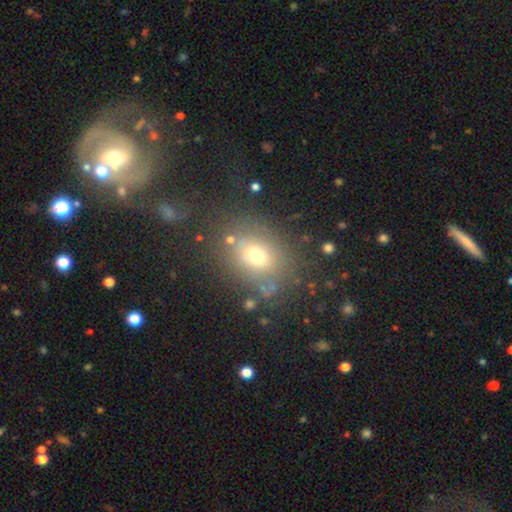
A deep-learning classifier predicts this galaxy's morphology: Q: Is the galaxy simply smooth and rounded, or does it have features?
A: smooth — 67%.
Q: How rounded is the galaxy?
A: round — 49%, tied with in between.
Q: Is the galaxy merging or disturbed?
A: none — 72%.